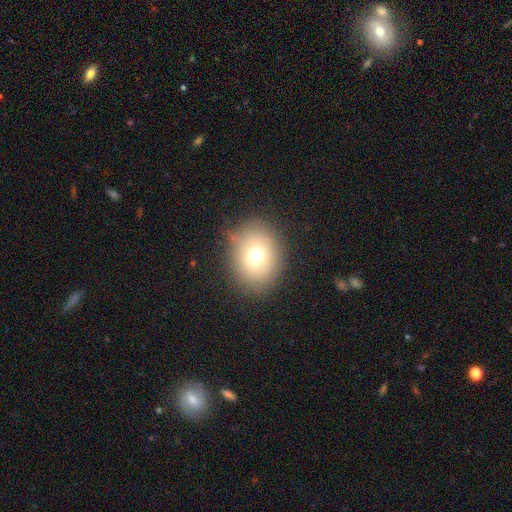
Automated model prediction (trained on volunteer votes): This is likely a smooth galaxy (68%). How rounded: possibly round (59%). Merging: likely none (78%).